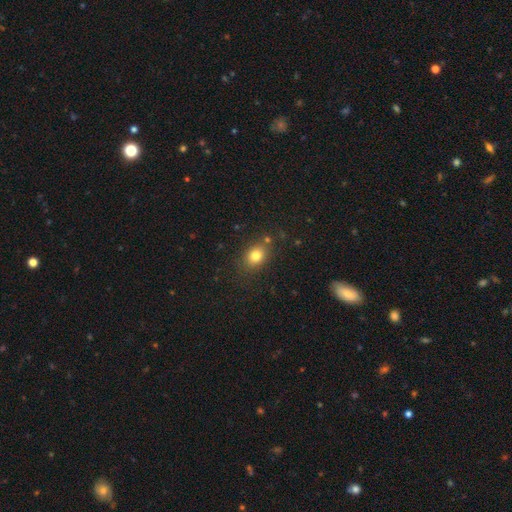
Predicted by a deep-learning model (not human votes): Smooth or featured?
  - smooth: 80% *
  - star or artifact: 12%
  - featured or disk: 8%
How rounded?
  - in between: 58% *
  - round: 41%
  - cigar-shaped: 1%
Merging?
  - none: 78% *
  - minor disturbance: 13%
  - merger: 5%
  - major disturbance: 4%